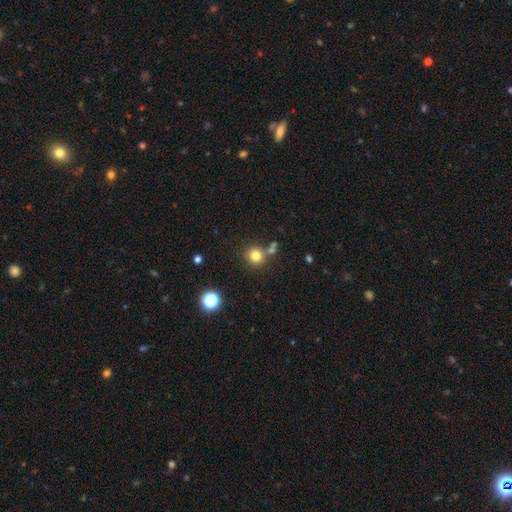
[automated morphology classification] The model was most divided on "merging": none: 71%, merger: 16%, minor disturbance: 10%, major disturbance: 4%. More confident: how rounded — round (91%); smooth or featured — smooth (78%).